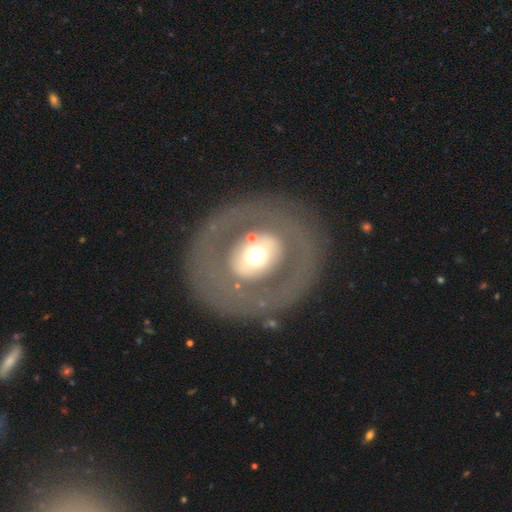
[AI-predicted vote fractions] smooth_or_featured: featured or disk (p=0.56) [alt: smooth p=0.37]
disk_edge_on: no (p=0.93) [alt: yes p=0.07]
bar: no (p=0.78) [alt: weak p=0.12]
has_spiral_arms: no (p=0.88) [alt: yes p=0.12]
bulge_size: moderate (p=0.57) [alt: large p=0.30]
merging: none (p=0.80) [alt: major disturbance p=0.10]